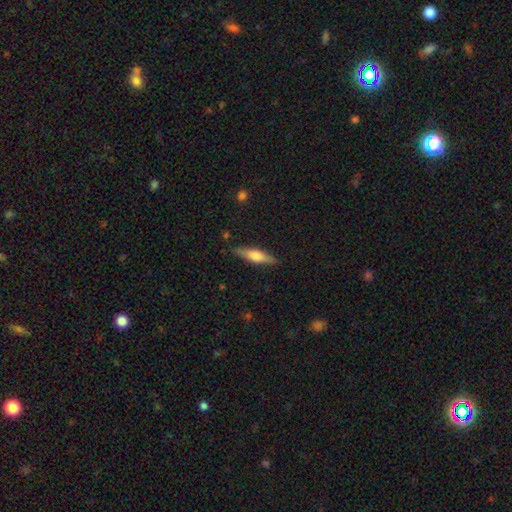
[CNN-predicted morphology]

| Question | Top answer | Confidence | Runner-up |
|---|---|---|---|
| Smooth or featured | smooth | 51% | featured or disk (43%) |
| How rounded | cigar-shaped | 71% | in between (27%) |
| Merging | none | 87% | minor disturbance (10%) |